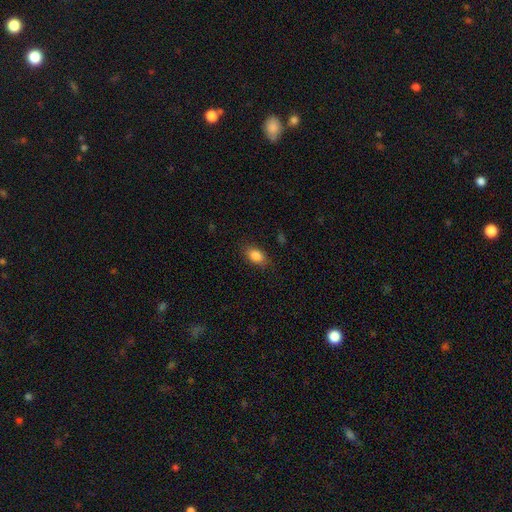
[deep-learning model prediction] smooth-or-featured: smooth: 86% | star or artifact: 8% | featured or disk: 6%
  how-rounded: in between: 85% | round: 13% | cigar-shaped: 2%
  merging: none: 83% | minor disturbance: 12% | major disturbance: 3% | merger: 1%